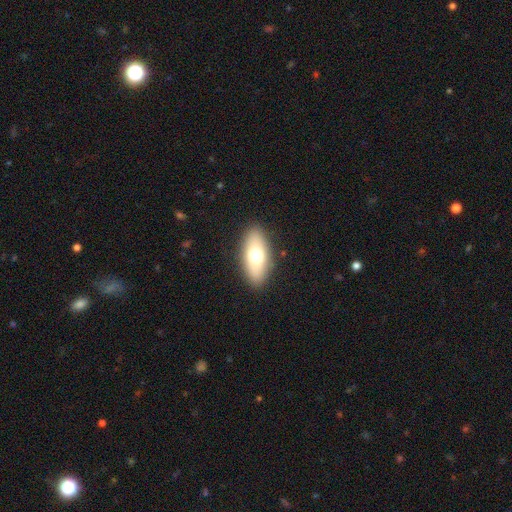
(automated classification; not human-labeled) Smooth or featured?
  - smooth: 68% *
  - featured or disk: 24%
  - star or artifact: 8%
How rounded?
  - in between: 85% *
  - cigar-shaped: 10%
  - round: 5%
Merging?
  - none: 88% *
  - minor disturbance: 8%
  - major disturbance: 3%
  - merger: 1%